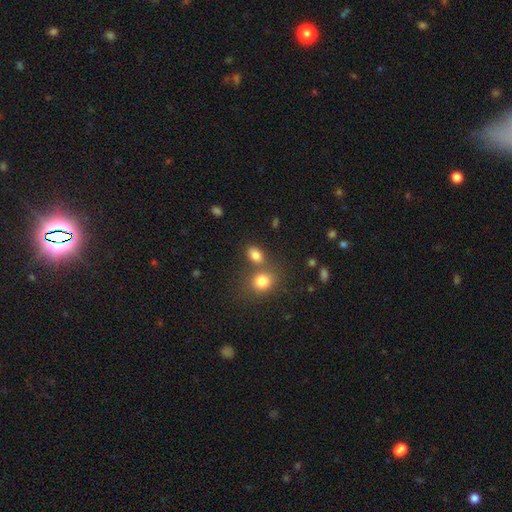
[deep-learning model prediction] Smooth or featured?
  - smooth: 81% *
  - star or artifact: 11%
  - featured or disk: 8%
How rounded?
  - in between: 79% *
  - round: 19%
  - cigar-shaped: 2%
Merging?
  - none: 58% *
  - merger: 28%
  - minor disturbance: 10%
  - major disturbance: 4%